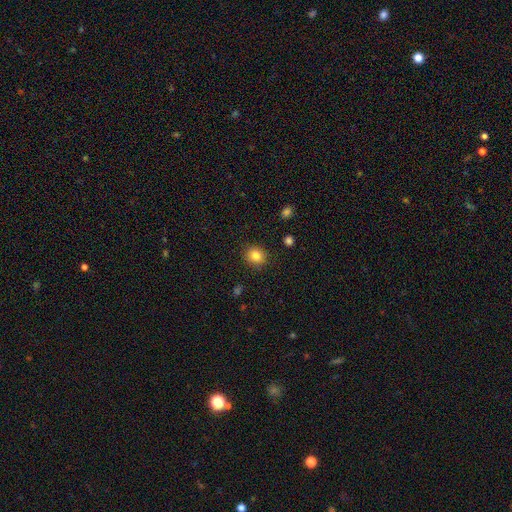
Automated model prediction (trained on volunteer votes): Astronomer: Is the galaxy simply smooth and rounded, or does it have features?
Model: smooth — 83%.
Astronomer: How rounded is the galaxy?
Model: round — 80%.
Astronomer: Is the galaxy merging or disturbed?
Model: none — 88%.